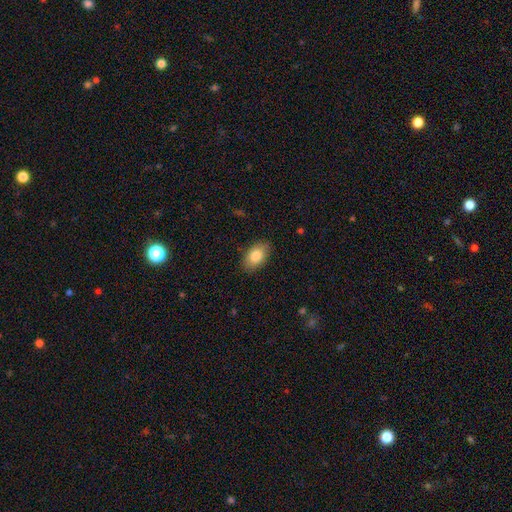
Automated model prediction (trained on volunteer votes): smooth_or_featured: smooth (p=0.84) [alt: featured or disk p=0.09]
how_rounded: in between (p=0.91) [alt: round p=0.07]
merging: none (p=0.85) [alt: minor disturbance p=0.11]